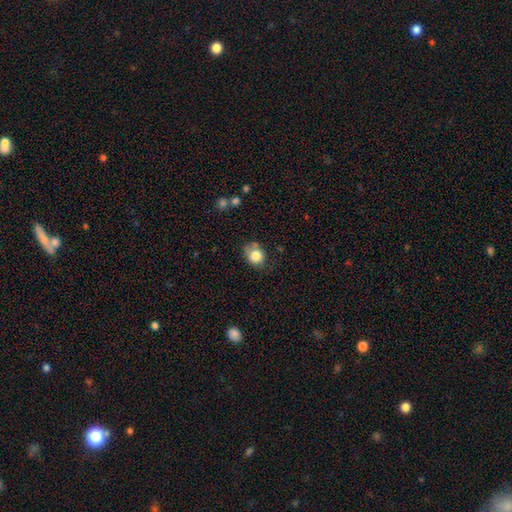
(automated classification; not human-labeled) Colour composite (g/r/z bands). It shows a smooth galaxy with no disk features (80%) that is round (61%). Merging: none (57%).